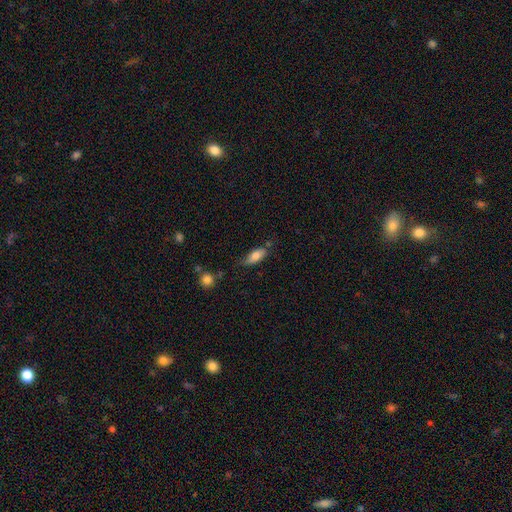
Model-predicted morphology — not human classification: This appears to be a smooth galaxy with no disk features (77%) that is in between round and cigar-shaped (80%). Merging: none (61%).